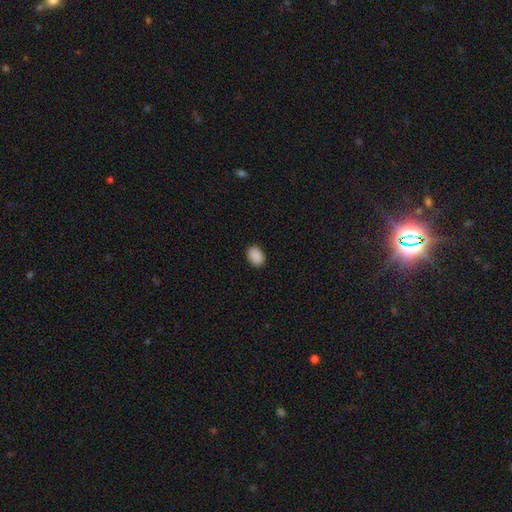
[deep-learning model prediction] This is clearly a smooth galaxy (90%). How rounded: clearly in between (80%). Merging: clearly none (90%).